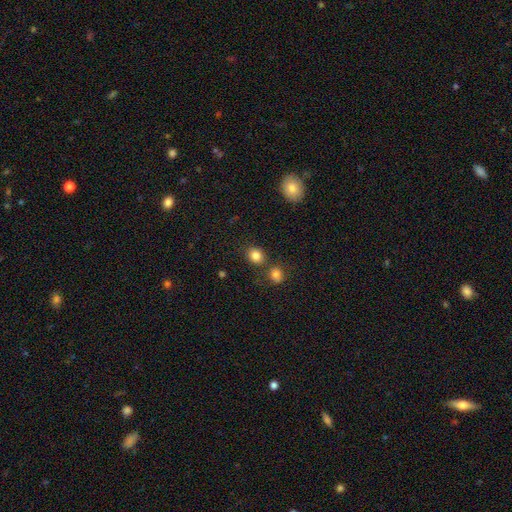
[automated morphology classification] Smooth or featured: smooth — 84% (star or artifact — 11%)
How rounded: round — 68% (in between — 31%)
Merging: none — 74% (merger — 14%)